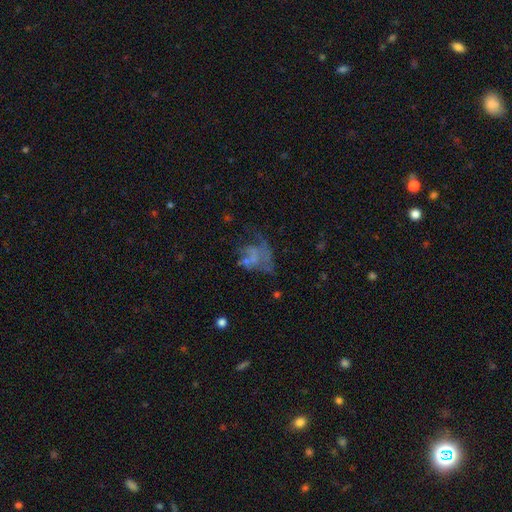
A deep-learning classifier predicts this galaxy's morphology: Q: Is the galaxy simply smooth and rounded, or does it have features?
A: featured or disk — 52%.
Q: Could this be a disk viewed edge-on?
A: no — 98%.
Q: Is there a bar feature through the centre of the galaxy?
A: no — 86%.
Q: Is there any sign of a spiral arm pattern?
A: no — 75%.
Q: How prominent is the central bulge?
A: none — 67%.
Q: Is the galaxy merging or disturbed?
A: major disturbance — 46%.